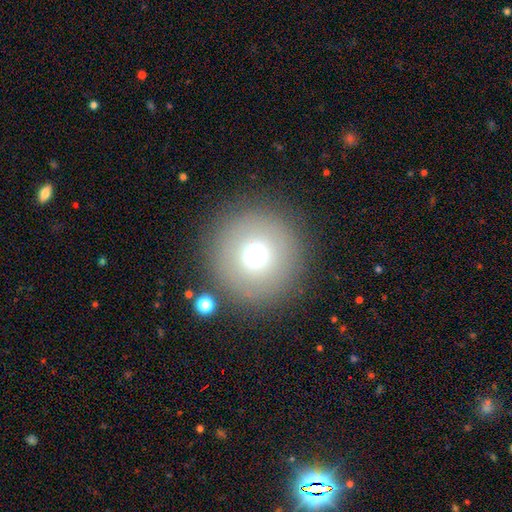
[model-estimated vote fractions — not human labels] This is likely a smooth galaxy (71%). How rounded: clearly round (97%). Merging: clearly none (88%).